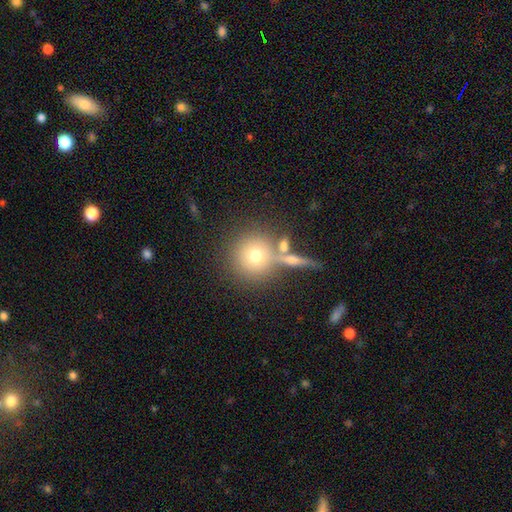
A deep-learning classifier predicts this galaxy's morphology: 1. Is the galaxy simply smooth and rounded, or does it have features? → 67% smooth, 20% featured or disk, 13% star or artifact.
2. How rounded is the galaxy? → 93% round, 6% in between, 1% cigar-shaped.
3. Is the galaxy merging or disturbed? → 65% none, 19% merger, 10% minor disturbance, 5% major disturbance.